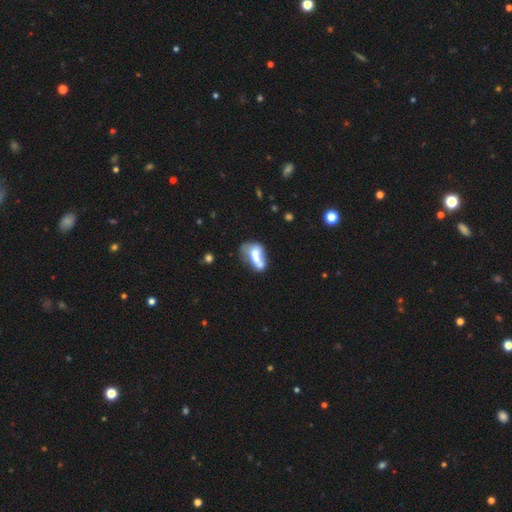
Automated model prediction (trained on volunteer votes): Smooth or featured?
  - smooth: 53% *
  - featured or disk: 37%
  - star or artifact: 10%
How rounded?
  - in between: 80% *
  - round: 12%
  - cigar-shaped: 8%
Merging?
  - merger: 46% *
  - none: 20%
  - major disturbance: 19%
  - minor disturbance: 15%